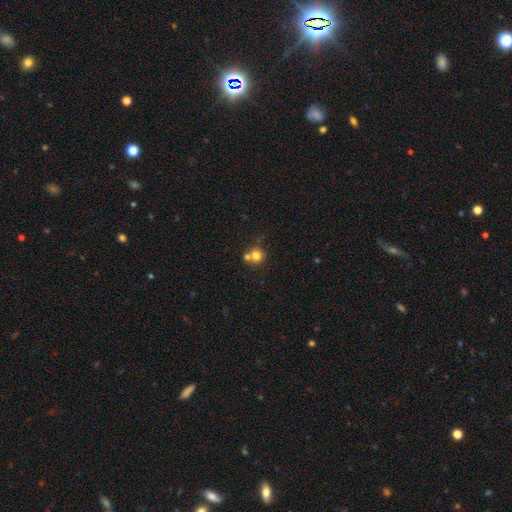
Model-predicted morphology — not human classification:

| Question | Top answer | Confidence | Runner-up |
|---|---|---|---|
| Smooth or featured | smooth | 76% | star or artifact (13%) |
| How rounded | round | 89% | in between (10%) |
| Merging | none | 48% | merger (41%) |